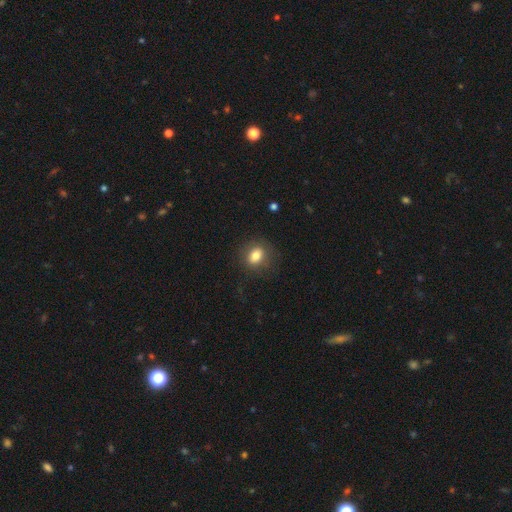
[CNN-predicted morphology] type=smooth (80%); roundness=in between (51%); merging=none (79%).